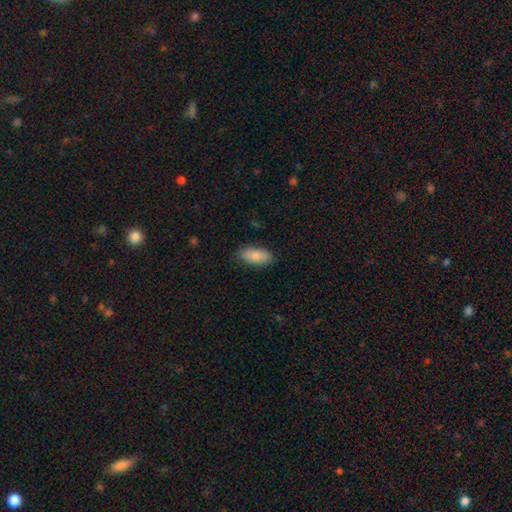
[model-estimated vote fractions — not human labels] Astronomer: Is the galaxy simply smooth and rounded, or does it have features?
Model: smooth — 84%.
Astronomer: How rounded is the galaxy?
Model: in between — 89%.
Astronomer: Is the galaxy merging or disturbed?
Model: none — 84%.